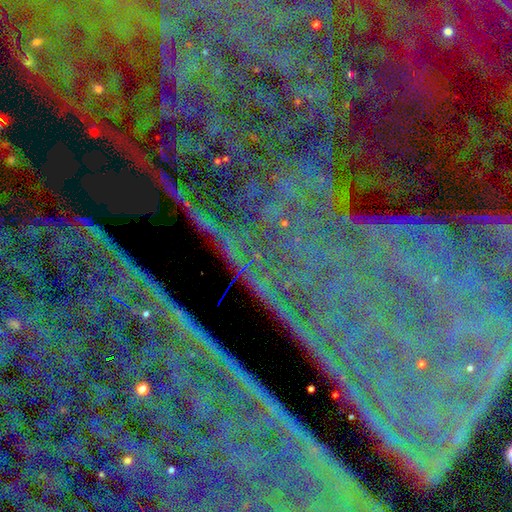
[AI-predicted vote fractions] star or artifact 86%, featured or disk 7%, smooth 7%.